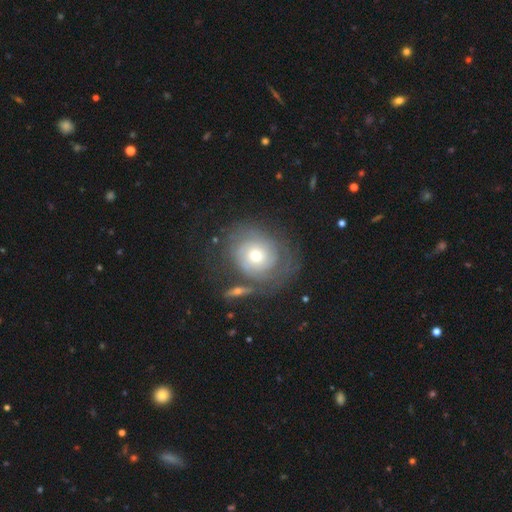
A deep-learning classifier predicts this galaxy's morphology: featured or disk 72%, smooth 20%, star or artifact 7%. Down the decision tree: edge-on disk — no (96%); bar — no (82%); spiral arms — yes (85%); spiral arm count — can't tell (44%); spiral winding — tight (74%); bulge size — moderate (56%); merging — none (62%).